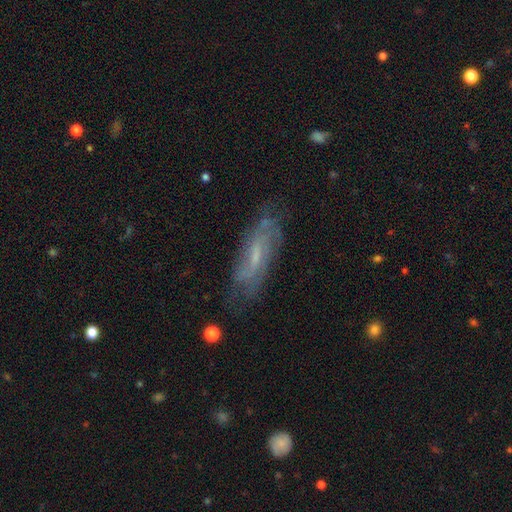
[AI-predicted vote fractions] featured or disk 65%, smooth 27%, star or artifact 8%. Down the decision tree: edge-on disk — no (77%); merging — none (71%).